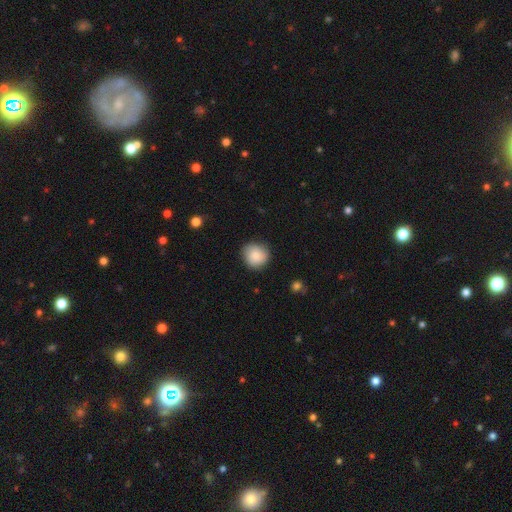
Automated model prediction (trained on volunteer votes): smooth 87%, star or artifact 7%, featured or disk 6%. Down the decision tree: how rounded — round (90%); merging — none (84%).